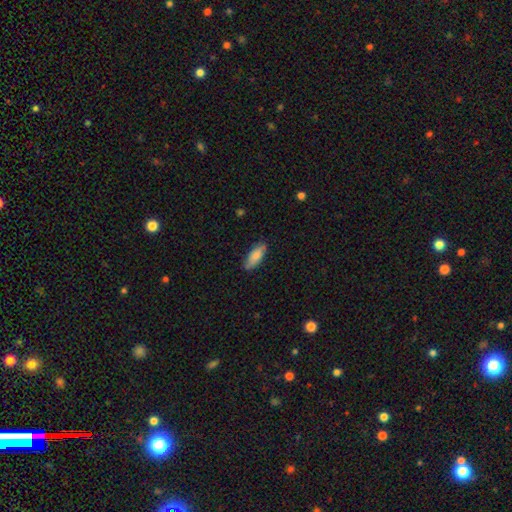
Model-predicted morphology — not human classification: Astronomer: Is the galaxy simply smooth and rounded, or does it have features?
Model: smooth — 84%.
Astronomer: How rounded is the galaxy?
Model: in between — 77%.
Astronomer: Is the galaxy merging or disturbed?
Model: none — 81%.